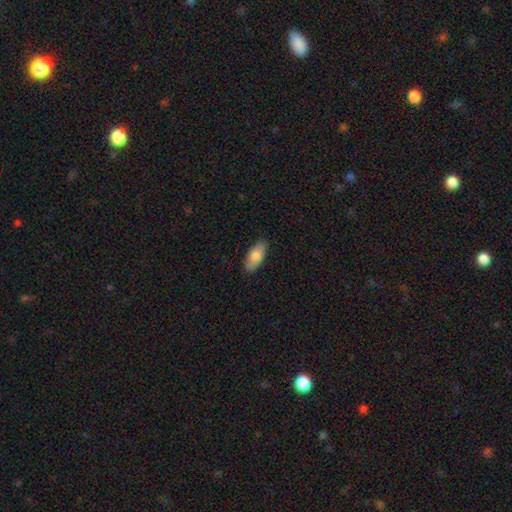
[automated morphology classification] smooth 80%, featured or disk 14%, star or artifact 6%. Down the decision tree: how rounded — in between (88%); merging — none (86%).